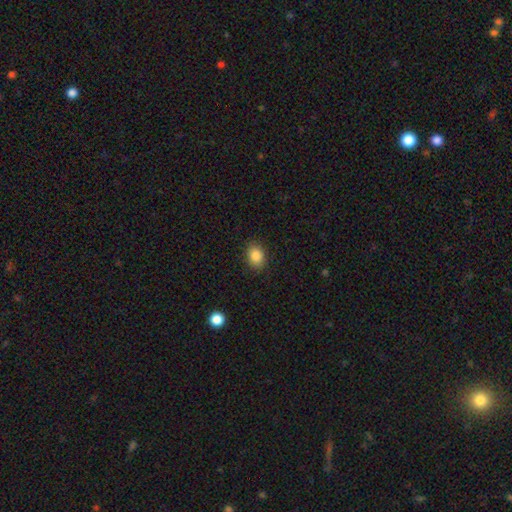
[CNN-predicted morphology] This is clearly a smooth galaxy (86%). How rounded: likely in between (63%). Merging: clearly none (89%).